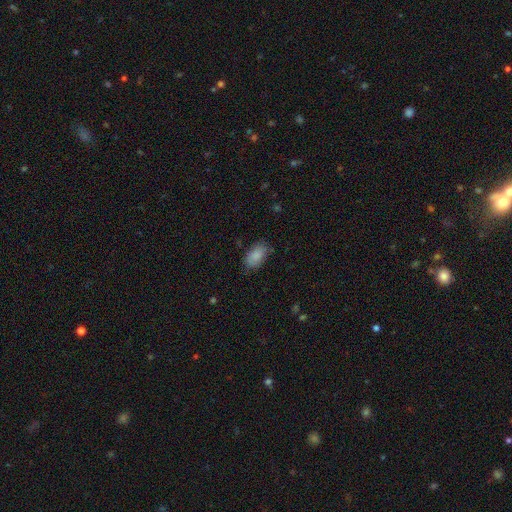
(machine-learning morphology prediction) A smooth galaxy with no disk features (87%) that is in between round and cigar-shaped (93%). Merging: none (77%).